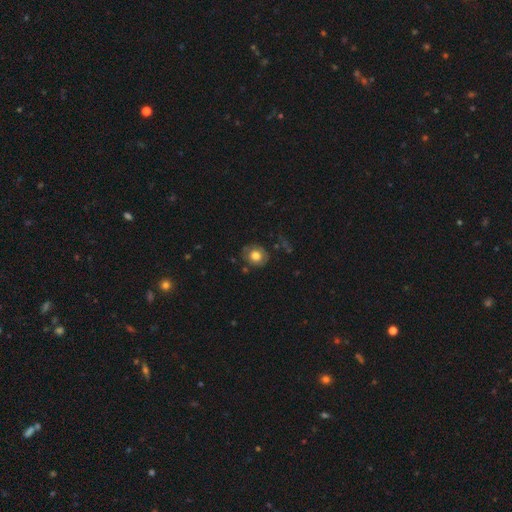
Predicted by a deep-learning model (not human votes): Smooth or featured?
  - smooth: 72% *
  - featured or disk: 19%
  - star or artifact: 9%
How rounded?
  - round: 75% *
  - in between: 24%
  - cigar-shaped: 1%
Merging?
  - none: 78% *
  - minor disturbance: 15%
  - major disturbance: 5%
  - merger: 2%